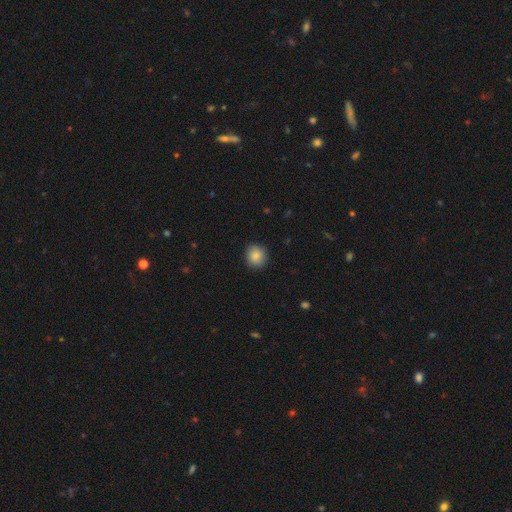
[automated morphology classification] Smooth or featured? Predicted: smooth (p=0.86). How rounded? Predicted: round (p=0.86). Merging? Predicted: none (p=0.90).